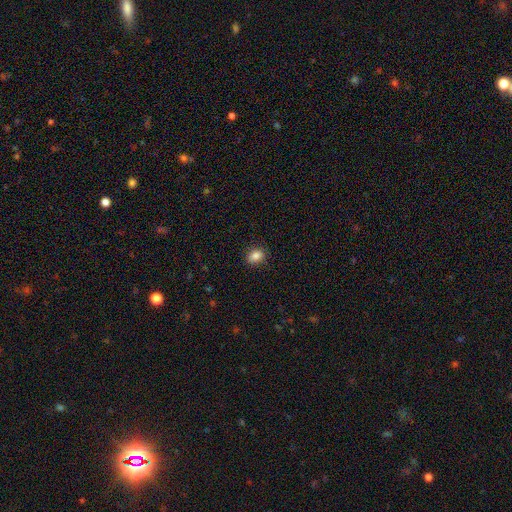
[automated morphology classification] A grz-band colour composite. It shows a smooth galaxy with no disk features (85%) that is in between round and cigar-shaped (55%). Merging: none (88%).